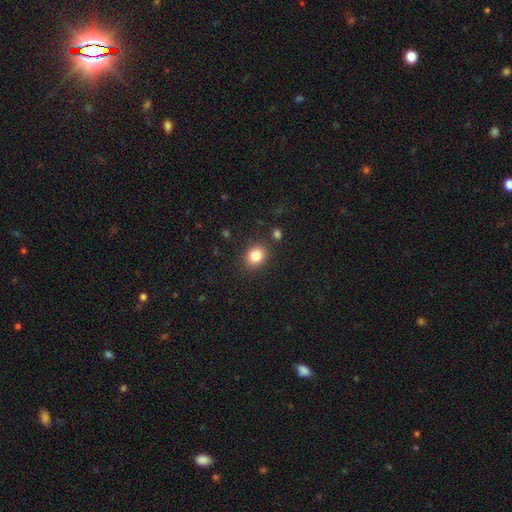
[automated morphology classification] smooth-or-featured: smooth: 84% | star or artifact: 10% | featured or disk: 6%
  how-rounded: round: 61% | in between: 38% | cigar-shaped: 1%
  merging: none: 86% | minor disturbance: 8% | merger: 3% | major disturbance: 3%